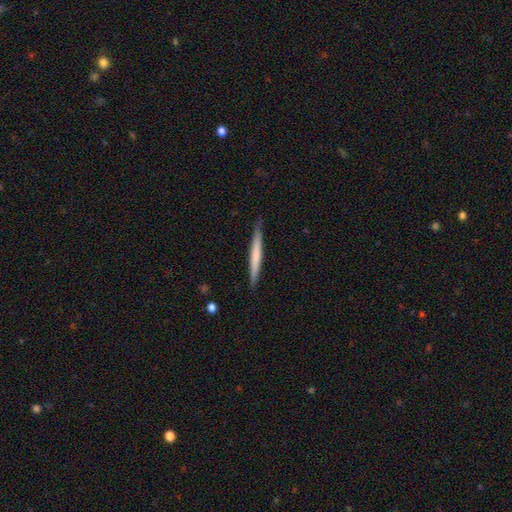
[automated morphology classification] Smooth or featured? smooth (58%)
How rounded? cigar-shaped (97%)
Merging? none (88%)